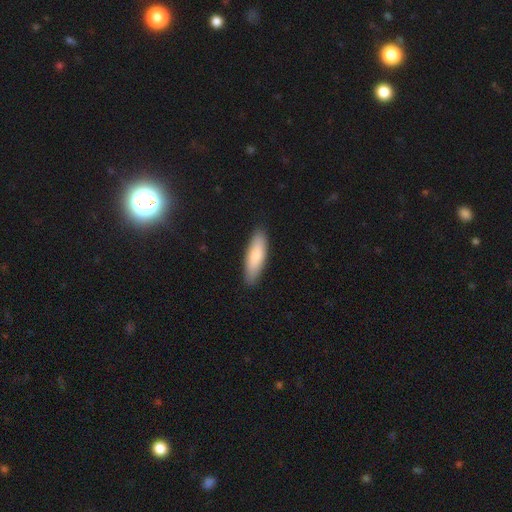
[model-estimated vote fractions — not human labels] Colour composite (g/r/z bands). It shows a smooth galaxy with no disk features (78%) that is in between round and cigar-shaped (49%, tied with cigar-shaped). Merging: none (88%).